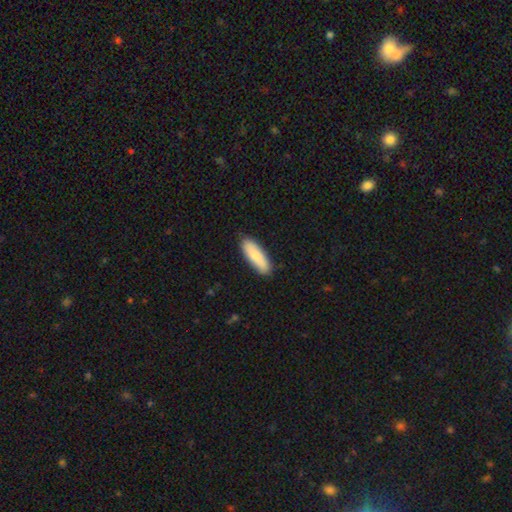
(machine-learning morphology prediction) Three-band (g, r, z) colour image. It shows a smooth galaxy with no disk features (82%) that is in between round and cigar-shaped (53%). Merging: none (87%).